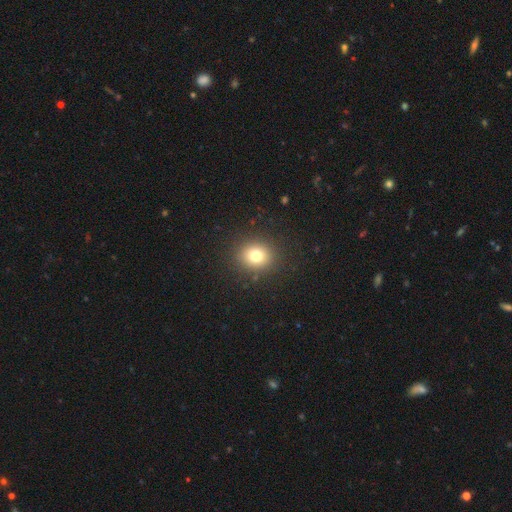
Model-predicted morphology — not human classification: smooth-or-featured: smooth: 78% | star or artifact: 13% | featured or disk: 9%
  how-rounded: round: 72% | in between: 27% | cigar-shaped: 1%
  merging: none: 88% | minor disturbance: 7% | major disturbance: 3% | merger: 1%